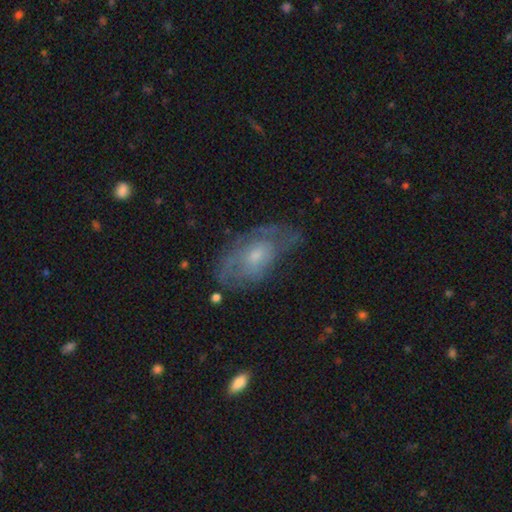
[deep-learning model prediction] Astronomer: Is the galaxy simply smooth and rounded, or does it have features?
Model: featured or disk — 61%.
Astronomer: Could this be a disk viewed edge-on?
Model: no — 92%.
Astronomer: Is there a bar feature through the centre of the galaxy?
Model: no — 78%.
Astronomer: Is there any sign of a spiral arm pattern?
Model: yes — 59% (runner-up: no, 41%).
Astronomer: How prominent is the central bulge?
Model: small — 54% (runner-up: moderate, 38%).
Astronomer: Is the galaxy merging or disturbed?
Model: none — 52% (runner-up: minor disturbance, 28%).